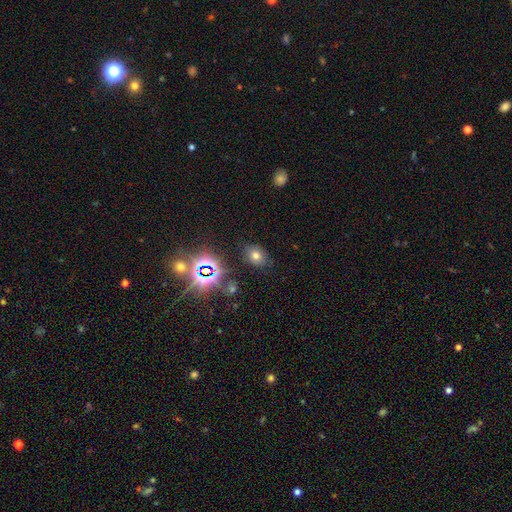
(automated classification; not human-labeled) Smooth or featured? Predicted: smooth (p=0.62). How rounded? Predicted: in between (p=0.56). Merging? Predicted: none (p=0.82).